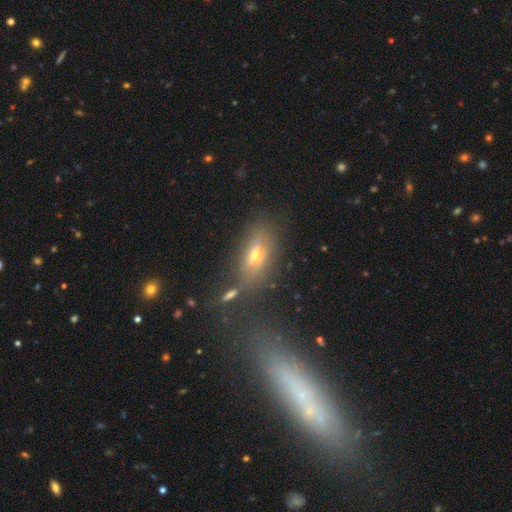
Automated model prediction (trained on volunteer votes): Morphology: type=smooth (44%); merging=none (67%).